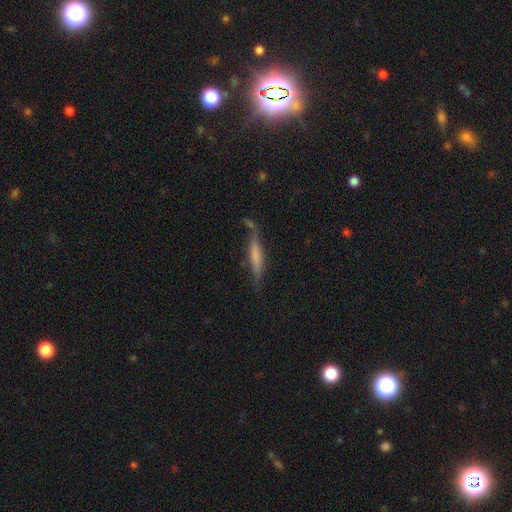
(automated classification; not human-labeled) Smooth or featured?
  - smooth: 53% *
  - featured or disk: 40%
  - star or artifact: 7%
How rounded?
  - cigar-shaped: 90% *
  - in between: 9%
  - round: 2%
Merging?
  - none: 68% *
  - minor disturbance: 20%
  - merger: 6%
  - major disturbance: 6%